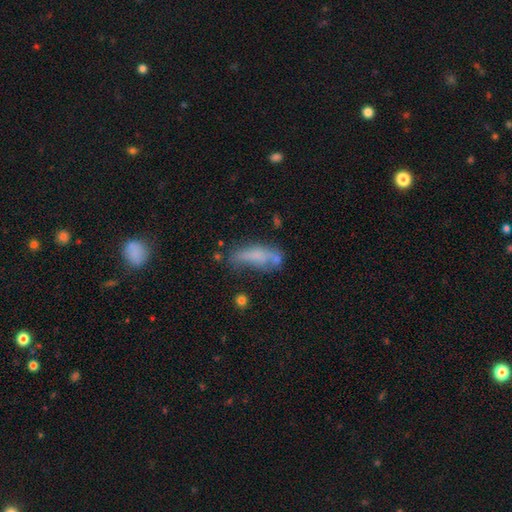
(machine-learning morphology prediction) smooth_or_featured: smooth (p=0.59) [alt: featured or disk p=0.30]
how_rounded: in between (p=0.52) [alt: cigar-shaped p=0.45]
merging: none (p=0.38) [alt: minor disturbance p=0.25]